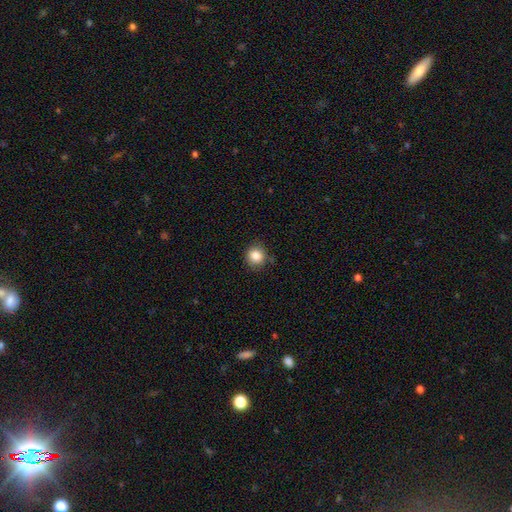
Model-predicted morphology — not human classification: A smooth galaxy with no disk features (85%) that is round (88%). Merging: none (84%).